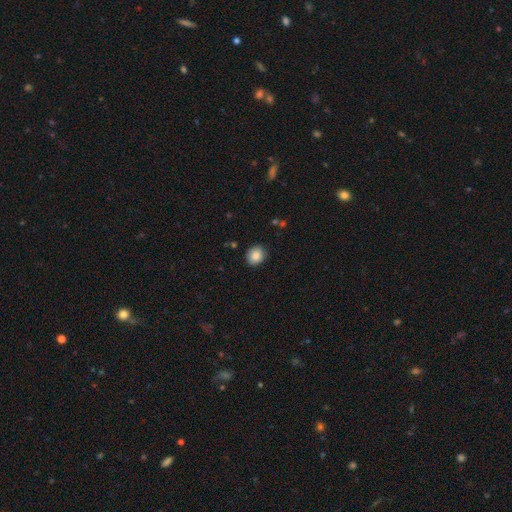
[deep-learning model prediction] This is clearly a smooth galaxy (85%). How rounded: likely round (70%). Merging: clearly none (87%).